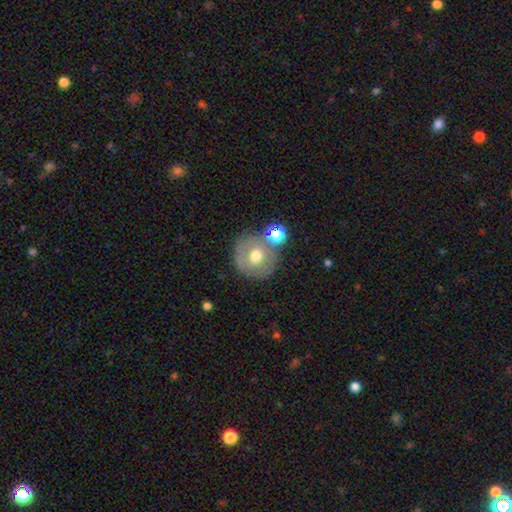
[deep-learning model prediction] Smooth or featured: smooth — 60% (featured or disk — 29%)
How rounded: round — 90% (in between — 9%)
Merging: none — 66% (merger — 16%)